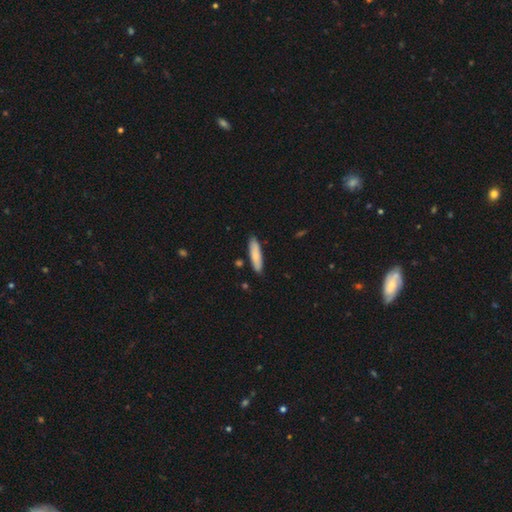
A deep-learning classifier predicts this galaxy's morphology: Smooth or featured? Predicted: smooth (p=0.80). How rounded? Predicted: cigar-shaped (p=0.75). Merging? Predicted: none (p=0.86).